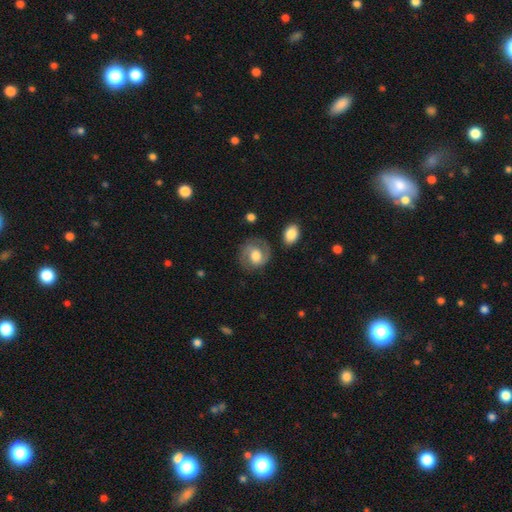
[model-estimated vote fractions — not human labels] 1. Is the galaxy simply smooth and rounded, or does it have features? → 58% featured or disk, 35% smooth, 7% star or artifact.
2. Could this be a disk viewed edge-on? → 97% no, 3% yes.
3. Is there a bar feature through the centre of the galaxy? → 53% no, 38% weak, 9% strong.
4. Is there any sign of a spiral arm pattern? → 83% yes, 17% no.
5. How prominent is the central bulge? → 54% moderate, 33% large, 8% small, 3% dominant, 2% none.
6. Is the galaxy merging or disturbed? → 75% none, 16% minor disturbance, 7% major disturbance, 2% merger.